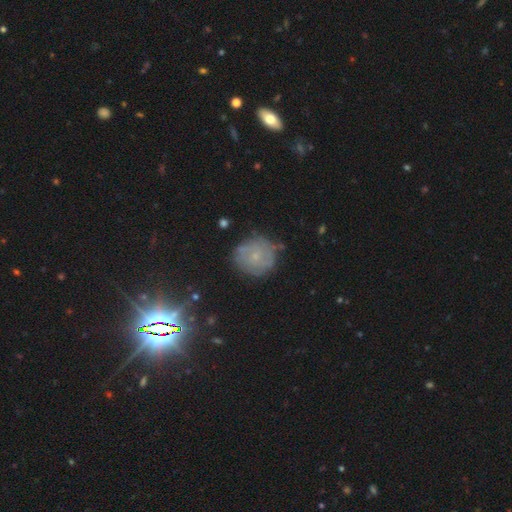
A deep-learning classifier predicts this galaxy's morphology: Smooth or featured?
  - featured or disk: 45% *
  - smooth: 39%
  - star or artifact: 16%
Merging?
  - none: 75% *
  - minor disturbance: 17%
  - major disturbance: 6%
  - merger: 2%